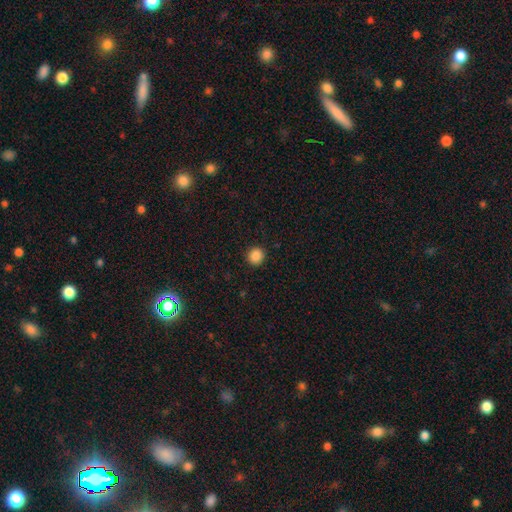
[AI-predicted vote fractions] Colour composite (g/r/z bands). It shows a smooth galaxy with no disk features (87%) that is round (87%). Merging: none (92%).